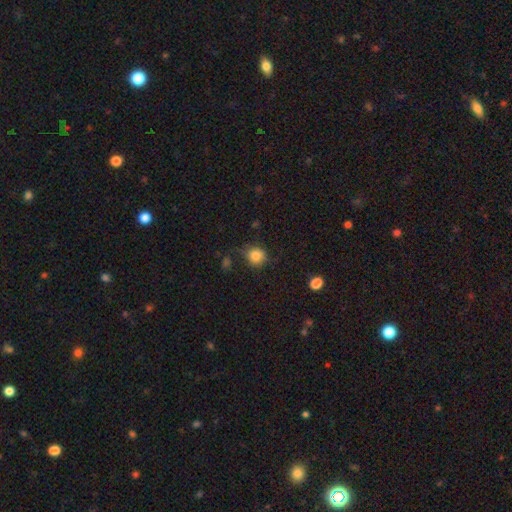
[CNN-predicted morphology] Smooth or featured?
  - smooth: 83% *
  - star or artifact: 11%
  - featured or disk: 6%
How rounded?
  - round: 84% *
  - in between: 15%
  - cigar-shaped: 1%
Merging?
  - none: 69% *
  - minor disturbance: 22%
  - major disturbance: 6%
  - merger: 3%